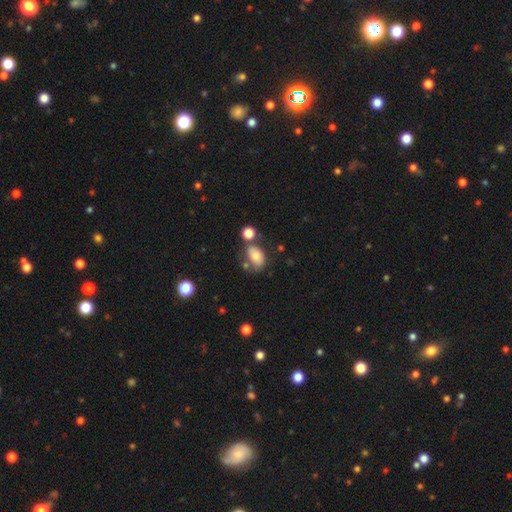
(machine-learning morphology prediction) Q: Smooth or featured?
A: smooth (68%); runner-up: featured or disk (22%)
Q: How rounded?
A: in between (80%); runner-up: round (18%)
Q: Merging?
A: none (46%); runner-up: minor disturbance (23%)